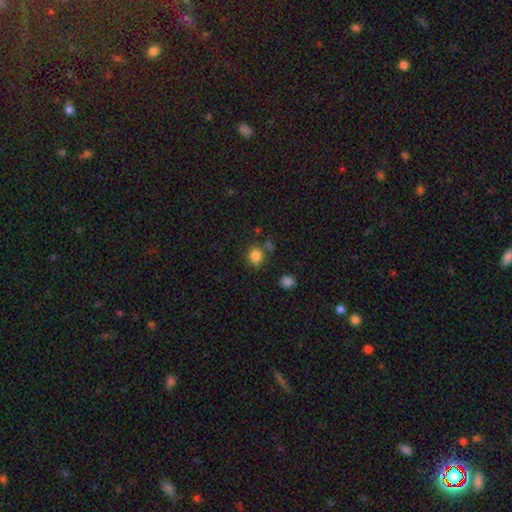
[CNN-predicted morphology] A smooth galaxy with no disk features (83%) that is round (82%). Merging: none (74%).